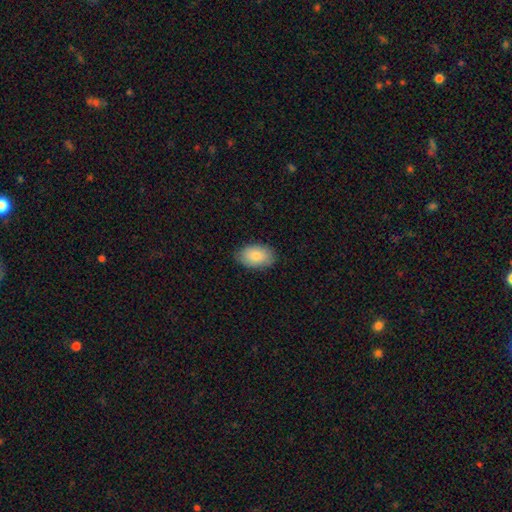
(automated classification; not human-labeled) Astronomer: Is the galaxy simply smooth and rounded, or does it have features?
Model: smooth — 86%.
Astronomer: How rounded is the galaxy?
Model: in between — 91%.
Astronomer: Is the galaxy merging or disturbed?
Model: none — 84%.